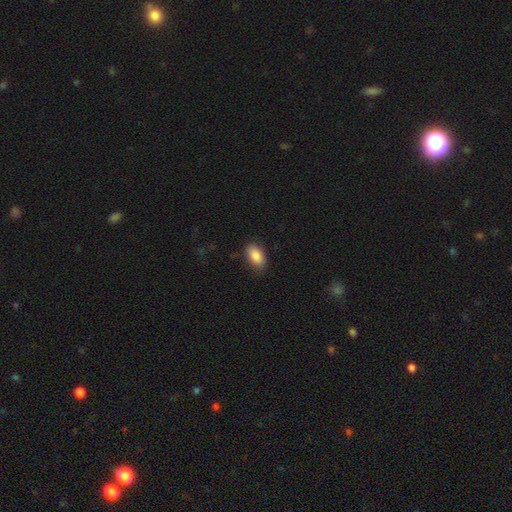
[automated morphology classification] Smooth or featured? Predicted: smooth (p=0.87). How rounded? Predicted: in between (p=0.92). Merging? Predicted: none (p=0.82).